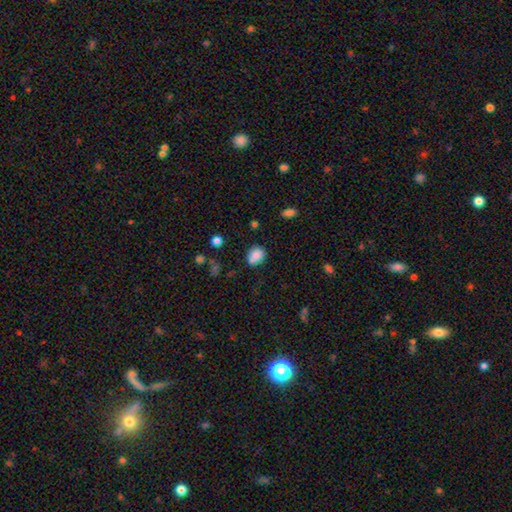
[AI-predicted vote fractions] The model was most divided on "how rounded": round: 50%, in between: 49%, cigar-shaped: 1%. More confident: smooth or featured — smooth (81%); merging — none (57%).